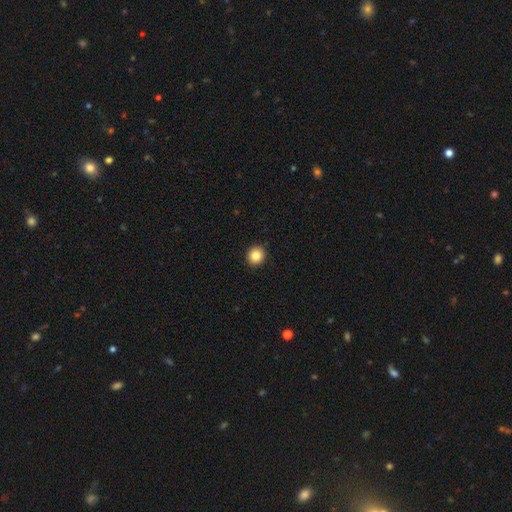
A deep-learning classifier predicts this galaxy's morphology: Smooth or featured? smooth (84%)
How rounded? round (91%)
Merging? none (93%)